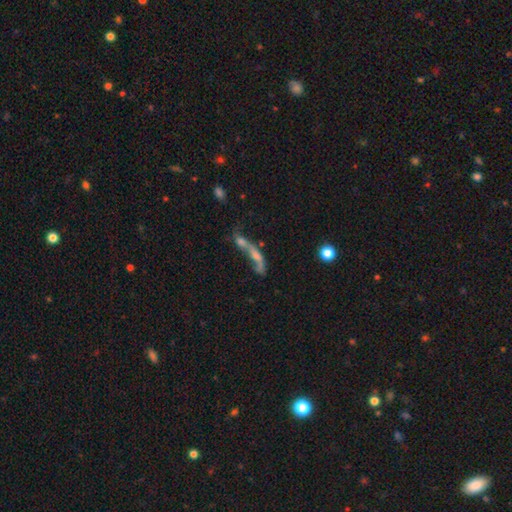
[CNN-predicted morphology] type=featured or disk (45%); merging=merger (56%).